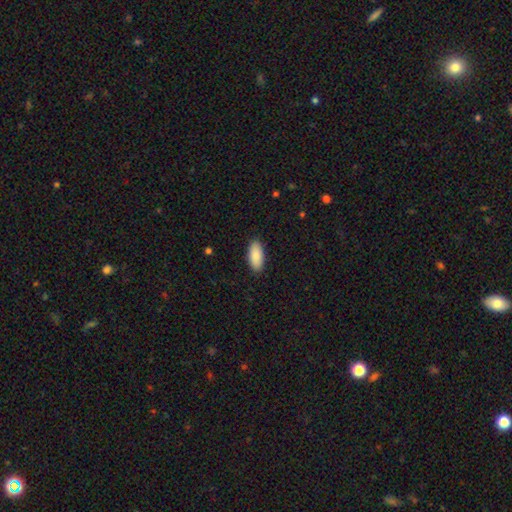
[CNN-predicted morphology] smooth_or_featured: smooth (p=0.90) [alt: star or artifact p=0.06]
how_rounded: in between (p=0.90) [alt: cigar-shaped p=0.08]
merging: none (p=0.89) [alt: minor disturbance p=0.08]